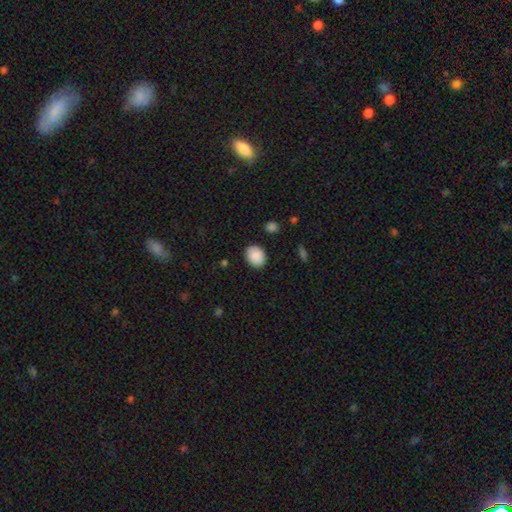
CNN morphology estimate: Smooth or featured?
  - smooth: 89% *
  - star or artifact: 7%
  - featured or disk: 3%
How rounded?
  - in between: 54% *
  - round: 45%
  - cigar-shaped: 1%
Merging?
  - none: 87% *
  - minor disturbance: 9%
  - major disturbance: 2%
  - merger: 1%